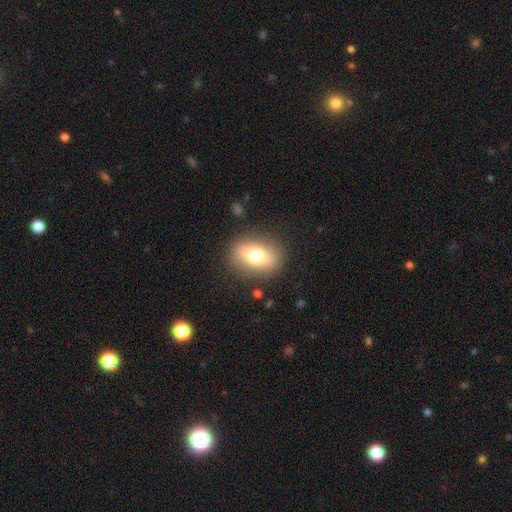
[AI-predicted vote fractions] The model was most divided on "how rounded": in between: 67%, round: 30%, cigar-shaped: 3%. More confident: merging — none (83%); smooth or featured — smooth (67%).